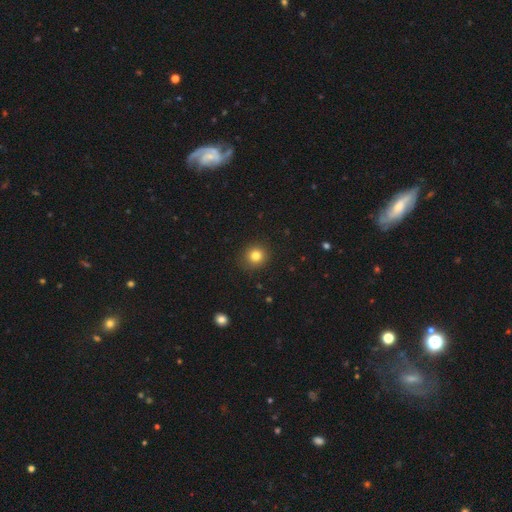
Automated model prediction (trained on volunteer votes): Smooth or featured: smooth — 82% (star or artifact — 12%)
How rounded: round — 90% (in between — 9%)
Merging: none — 91% (minor disturbance — 6%)